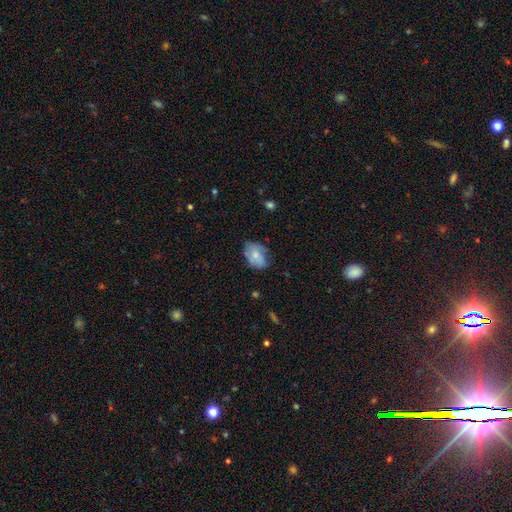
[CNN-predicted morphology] smooth 68%, featured or disk 25%, star or artifact 7%. Down the decision tree: how rounded — in between (81%); merging — none (58%).